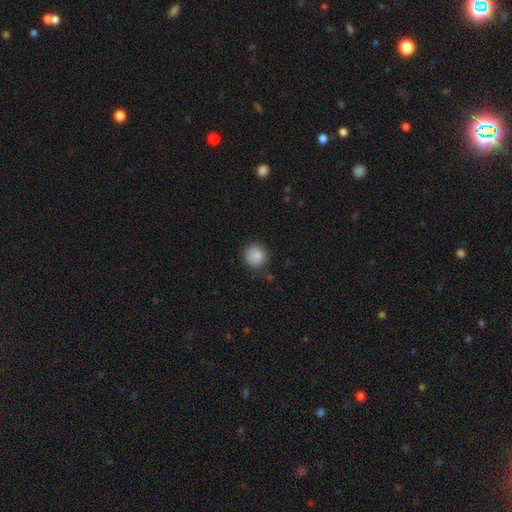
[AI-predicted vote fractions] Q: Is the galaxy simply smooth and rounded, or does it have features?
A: smooth — 87%.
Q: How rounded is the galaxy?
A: round — 90%.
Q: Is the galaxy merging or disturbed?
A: none — 84%.